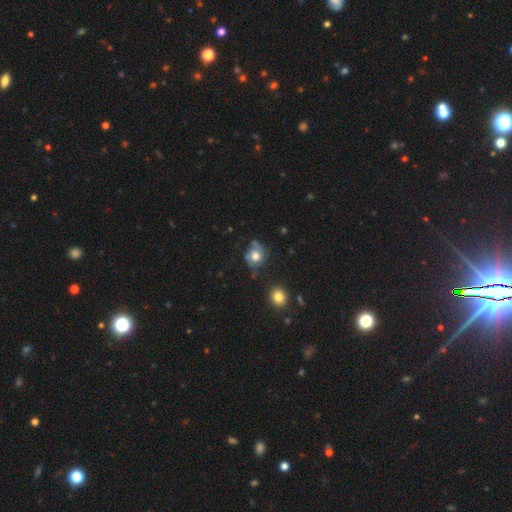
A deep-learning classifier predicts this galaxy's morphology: Overall: smooth (47%; featured or disk 43%). Merging: none (56%; minor disturbance 26%).